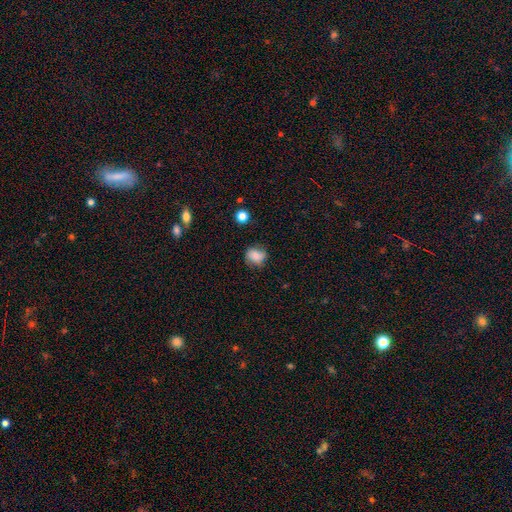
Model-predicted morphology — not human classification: A smooth galaxy with no disk features (73%) that is round (63%).

Vote fractions:
- Smooth or featured? smooth: 73% / featured or disk: 17% / star or artifact: 10%
- How rounded? round: 63% / in between: 36% / cigar-shaped: 1%
- Merging? none: 63% / minor disturbance: 27% / major disturbance: 8% / merger: 2%